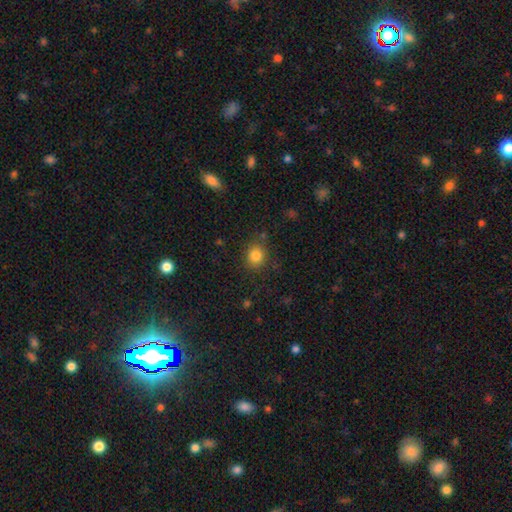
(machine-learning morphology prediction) Smooth or featured?
  - smooth: 83% *
  - star or artifact: 12%
  - featured or disk: 5%
How rounded?
  - round: 76% *
  - in between: 23%
  - cigar-shaped: 1%
Merging?
  - none: 81% *
  - minor disturbance: 12%
  - major disturbance: 4%
  - merger: 3%